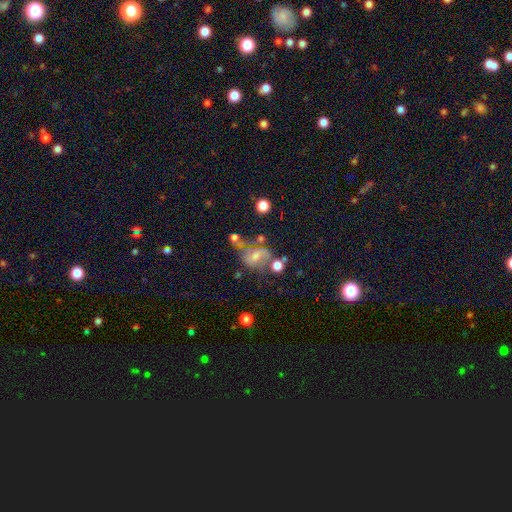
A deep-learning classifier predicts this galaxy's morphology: Smooth or featured? Predicted: featured or disk (p=0.54). Edge-on disk? Predicted: no (p=0.96). Bar? Predicted: weak (p=0.45). Spiral arms? Predicted: yes (p=0.73). Bulge size? Predicted: moderate (p=0.43). Merging? Predicted: none (p=0.36).